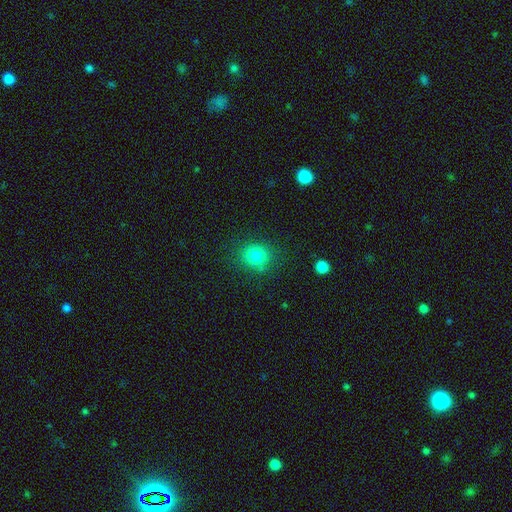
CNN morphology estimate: Smooth or featured?
  - smooth: 82% *
  - star or artifact: 12%
  - featured or disk: 6%
How rounded?
  - round: 78% *
  - in between: 21%
  - cigar-shaped: 1%
Merging?
  - none: 82% *
  - minor disturbance: 11%
  - major disturbance: 4%
  - merger: 2%